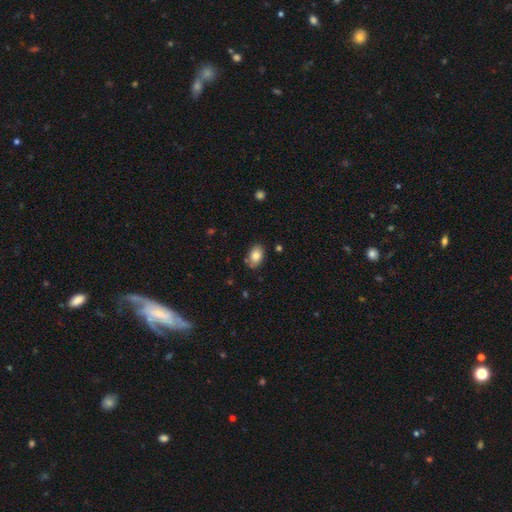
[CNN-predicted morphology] smooth 84%, featured or disk 8%, star or artifact 8%. Down the decision tree: how rounded — in between (87%); merging — none (81%).